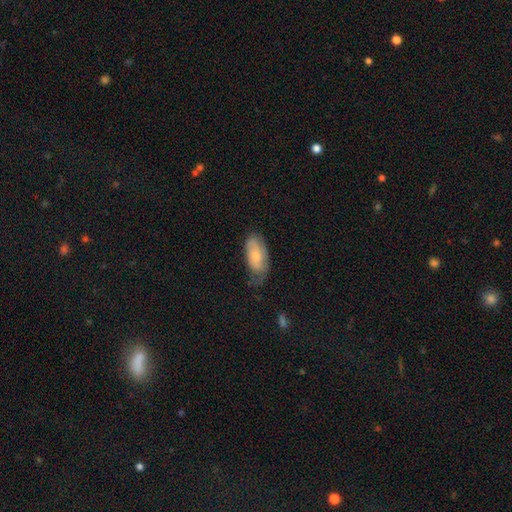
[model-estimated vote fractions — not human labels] smooth_or_featured: smooth (p=0.68) [alt: featured or disk p=0.26]
how_rounded: in between (p=0.90) [alt: cigar-shaped p=0.08]
merging: none (p=0.48) [alt: minor disturbance p=0.37]